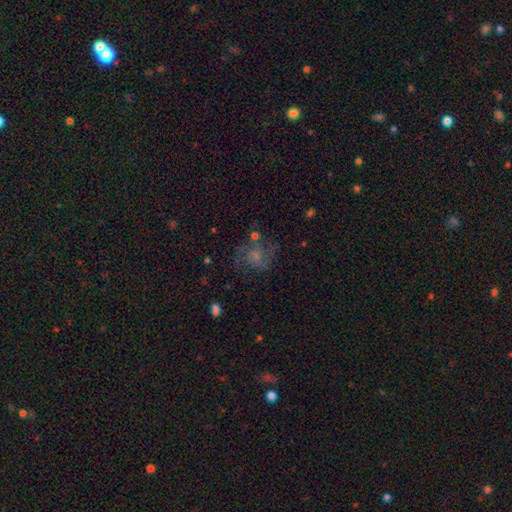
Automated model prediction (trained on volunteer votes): This appears to be a featured or disk galaxy (58%) with no bar (70%), spiral arms (84%) and a small central bulge (57%). Merging: none (60%).